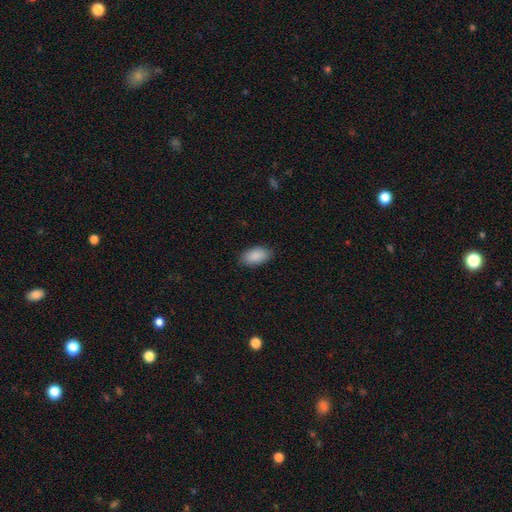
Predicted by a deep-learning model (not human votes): smooth 90%, star or artifact 6%, featured or disk 4%. Down the decision tree: how rounded — in between (94%); merging — none (86%).